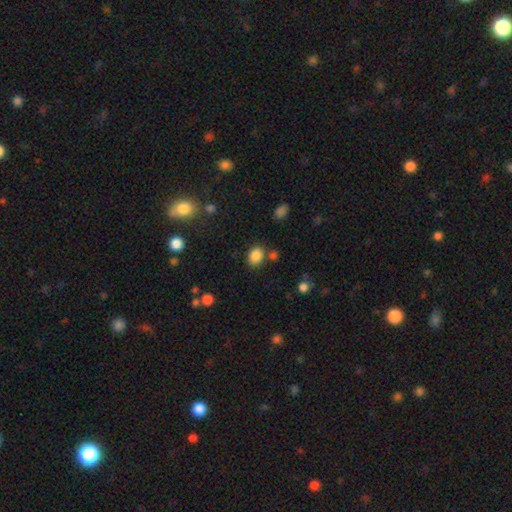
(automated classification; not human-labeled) Overall: smooth (85%). How rounded: in between (57%; round 42%). Merging: none (76%).